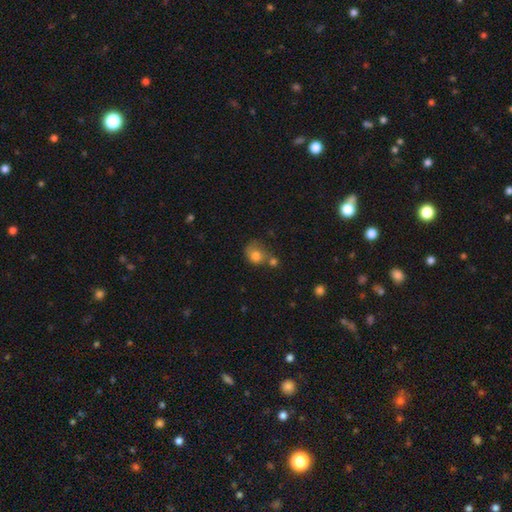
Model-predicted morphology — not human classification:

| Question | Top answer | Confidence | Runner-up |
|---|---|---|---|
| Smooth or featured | smooth | 76% | featured or disk (14%) |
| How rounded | round | 65% | in between (34%) |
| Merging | merger | 35% | none (31%) |